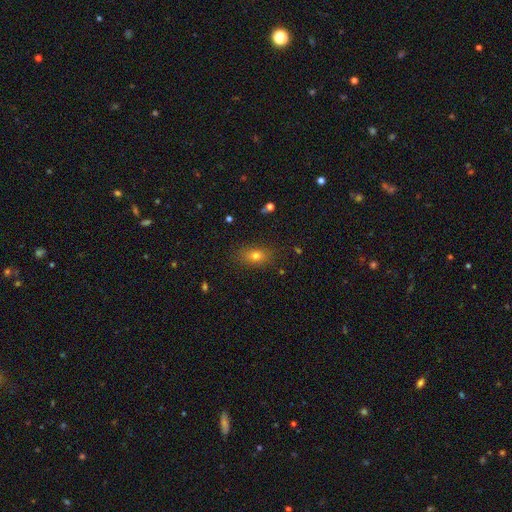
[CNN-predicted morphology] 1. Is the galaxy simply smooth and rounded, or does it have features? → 75% smooth, 13% star or artifact, 12% featured or disk.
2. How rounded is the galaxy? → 78% in between, 18% round, 4% cigar-shaped.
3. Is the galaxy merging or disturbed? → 84% none, 11% minor disturbance, 3% major disturbance, 1% merger.